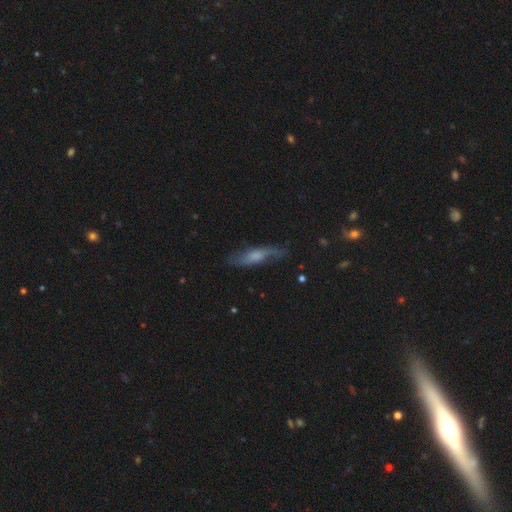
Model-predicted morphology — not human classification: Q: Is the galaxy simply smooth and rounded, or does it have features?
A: featured or disk — 54%.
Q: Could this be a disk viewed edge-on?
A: no — 52%.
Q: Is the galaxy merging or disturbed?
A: none — 67%.